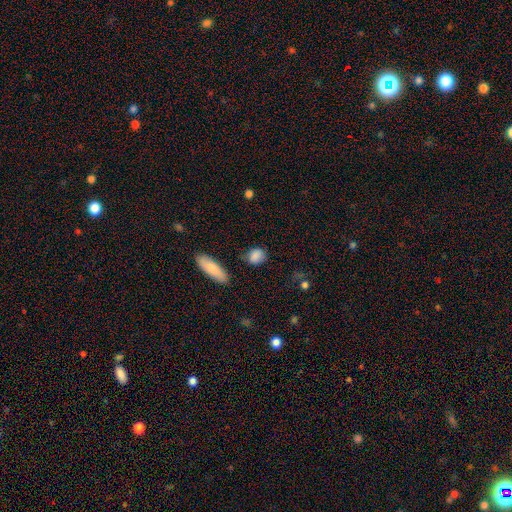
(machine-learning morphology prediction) smooth_or_featured: smooth (p=0.86) [alt: star or artifact p=0.09]
how_rounded: in between (p=0.50) [alt: round p=0.45]
merging: none (p=0.76) [alt: minor disturbance p=0.15]